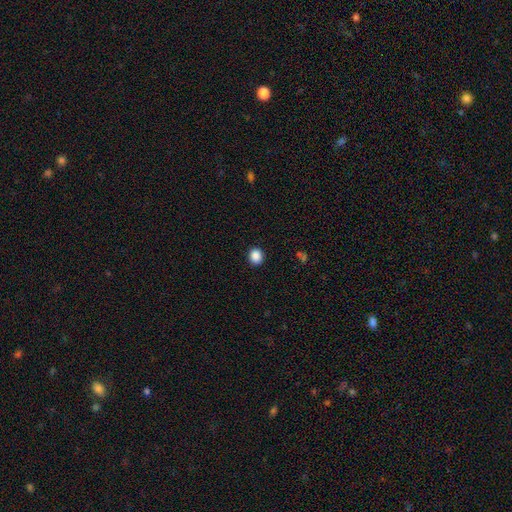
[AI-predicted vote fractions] Smooth or featured?
  - smooth: 88% *
  - star or artifact: 9%
  - featured or disk: 3%
How rounded?
  - round: 74% *
  - in between: 25%
  - cigar-shaped: 1%
Merging?
  - none: 91% *
  - minor disturbance: 6%
  - major disturbance: 2%
  - merger: 1%